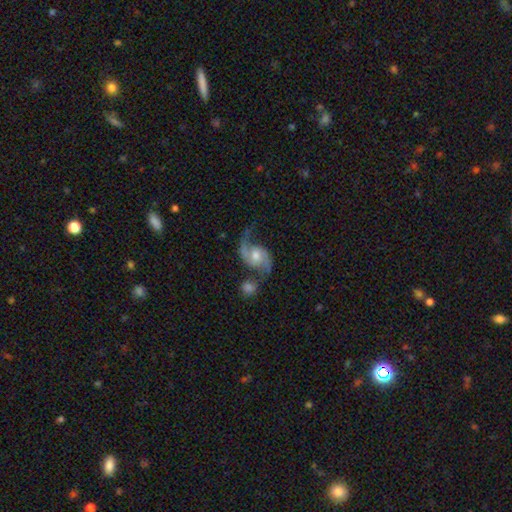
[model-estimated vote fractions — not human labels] This is clearly a featured or disk galaxy (87%). It is clearly not viewed edge-on (98%). Bar: likely no (64%). Spiral arm pattern: clearly yes (97%). Spiral arm count: clearly 2 (91%). Spiral winding: possibly loose (56%). Central bulge: likely moderate (61%). Merging: possibly none (56%).